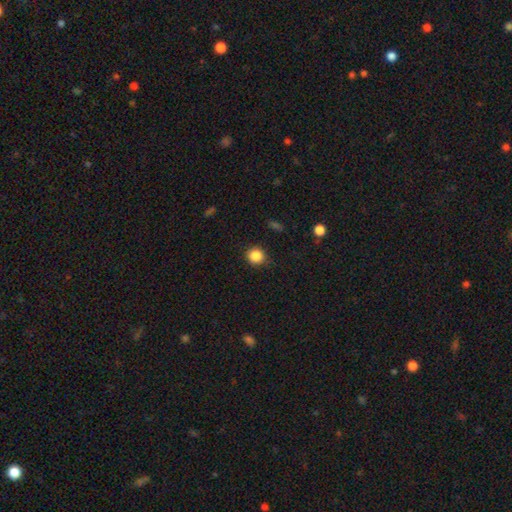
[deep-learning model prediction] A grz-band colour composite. It shows a smooth galaxy with no disk features (86%) that is round (90%). Merging: none (87%).